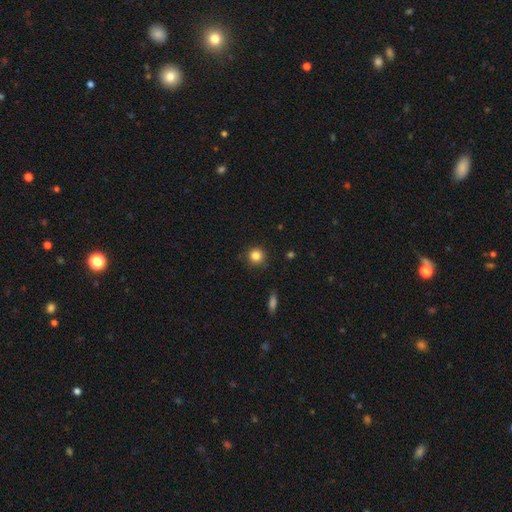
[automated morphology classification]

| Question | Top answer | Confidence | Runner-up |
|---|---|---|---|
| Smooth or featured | smooth | 83% | star or artifact (11%) |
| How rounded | round | 94% | in between (5%) |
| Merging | none | 90% | minor disturbance (7%) |